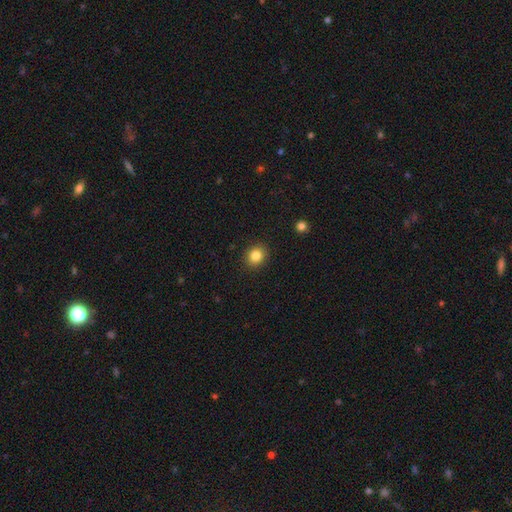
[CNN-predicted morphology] type=smooth (83%); roundness=round (75%); merging=none (90%).